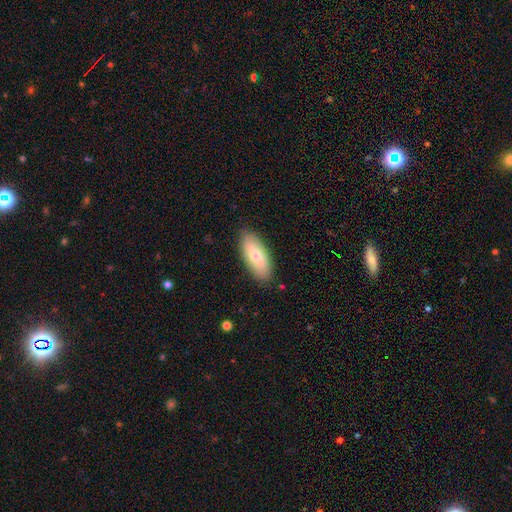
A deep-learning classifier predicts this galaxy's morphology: Smooth or featured? Predicted: smooth (p=0.74). How rounded? Predicted: in between (p=0.81). Merging? Predicted: none (p=0.87).